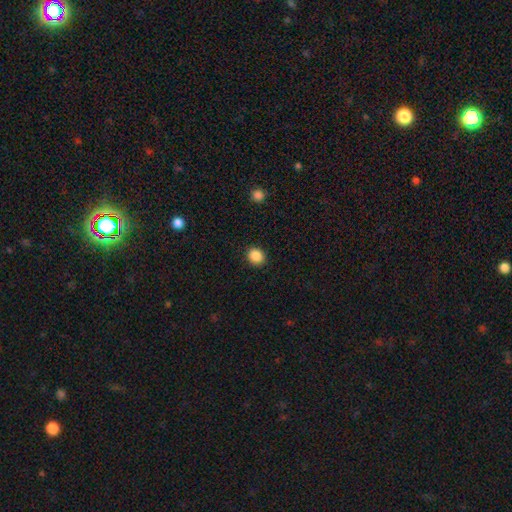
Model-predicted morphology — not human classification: Smooth or featured? Predicted: smooth (p=0.88). How rounded? Predicted: round (p=0.74). Merging? Predicted: none (p=0.91).